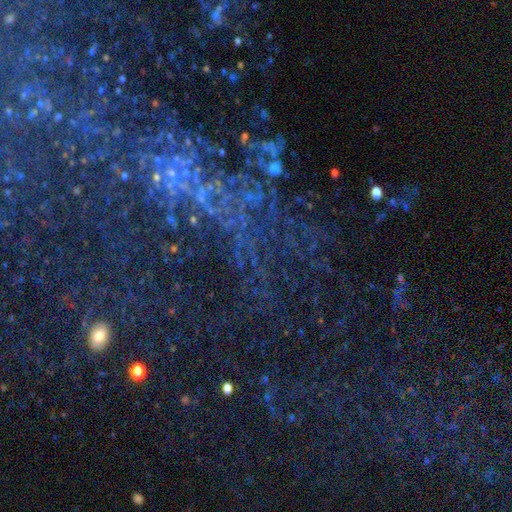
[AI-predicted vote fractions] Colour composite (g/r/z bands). It shows a star or artifact, not a galaxy (82%).